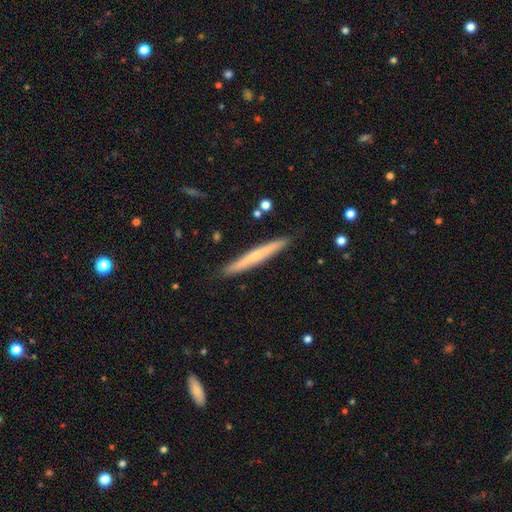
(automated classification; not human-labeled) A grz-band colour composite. It shows a featured or disk galaxy (50%). Merging: none (90%).